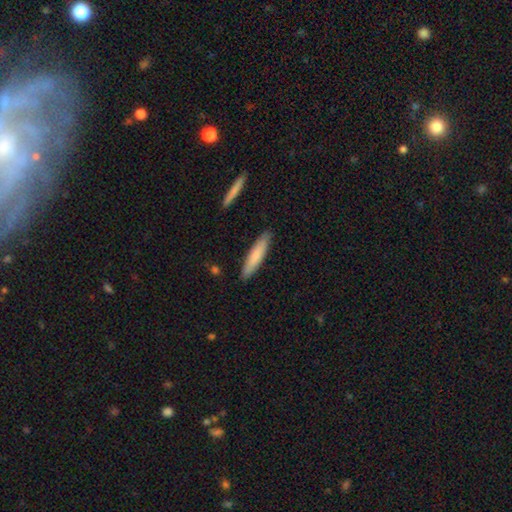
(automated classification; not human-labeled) smooth_or_featured: smooth (p=0.78) [alt: featured or disk p=0.17]
how_rounded: cigar-shaped (p=0.85) [alt: in between p=0.14]
merging: none (p=0.89) [alt: minor disturbance p=0.08]